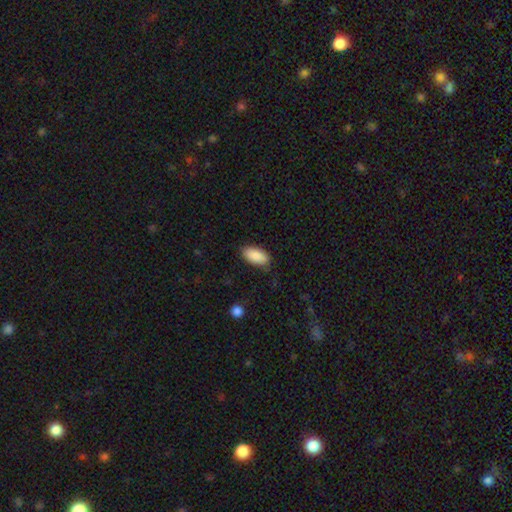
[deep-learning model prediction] This appears to be a smooth galaxy with no disk features (89%) that is in between round and cigar-shaped (93%). Merging: none (82%).